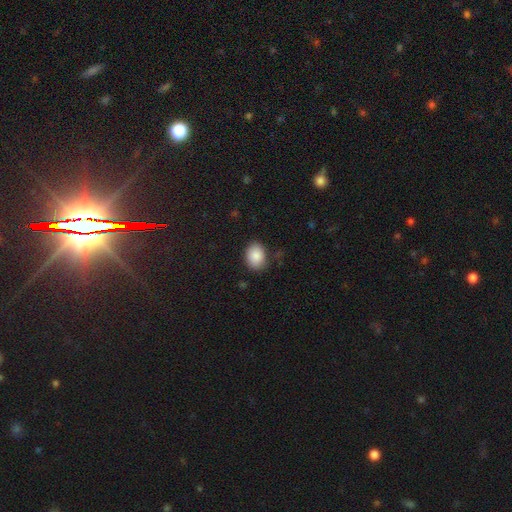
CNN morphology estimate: smooth_or_featured: smooth (p=0.87) [alt: star or artifact p=0.08]
how_rounded: in between (p=0.63) [alt: round p=0.36]
merging: none (p=0.81) [alt: minor disturbance p=0.14]